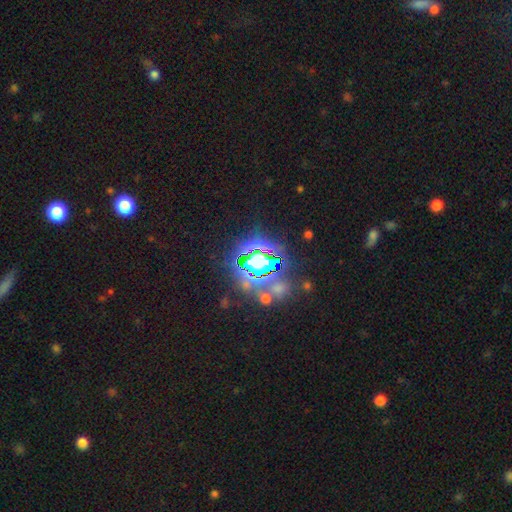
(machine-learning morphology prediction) smooth_or_featured: star or artifact (p=0.80) [alt: smooth p=0.11]